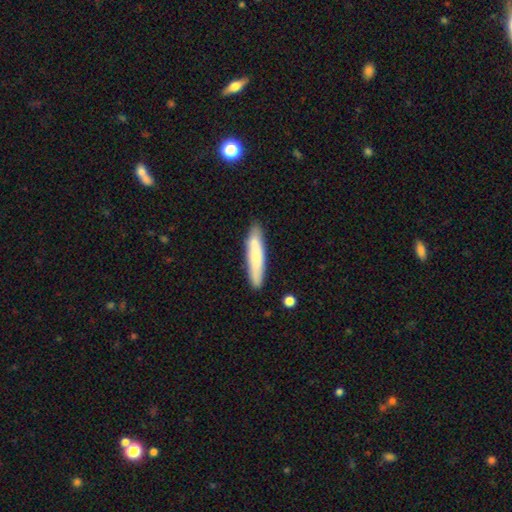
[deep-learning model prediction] Overall: smooth (75%). How rounded: cigar-shaped (87%). Merging: none (84%).